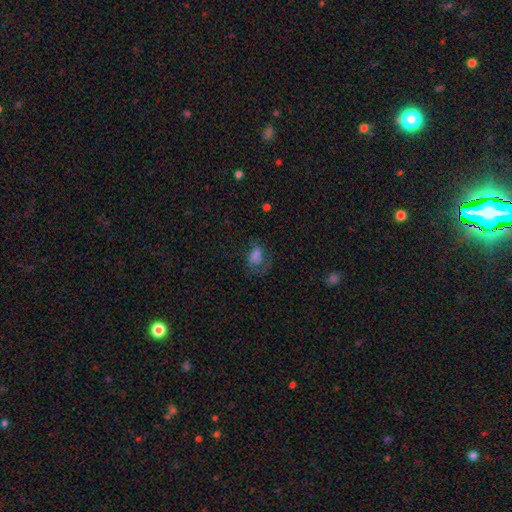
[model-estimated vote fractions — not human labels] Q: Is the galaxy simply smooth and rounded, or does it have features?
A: smooth — 60%.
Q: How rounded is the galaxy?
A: in between — 79%.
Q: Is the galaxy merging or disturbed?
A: major disturbance — 38%.